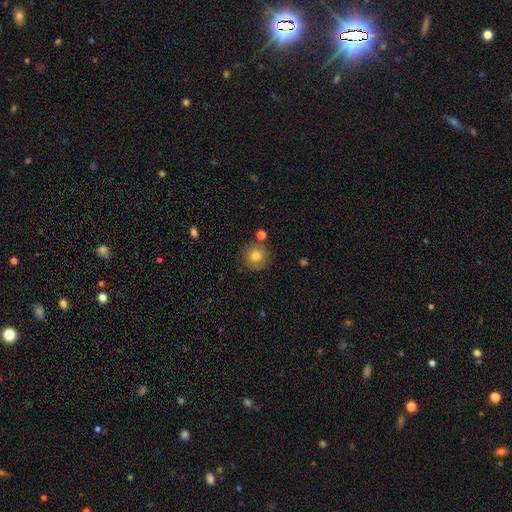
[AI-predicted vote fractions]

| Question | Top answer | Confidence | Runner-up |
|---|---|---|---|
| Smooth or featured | smooth | 80% | star or artifact (11%) |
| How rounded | round | 93% | in between (6%) |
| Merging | none | 82% | minor disturbance (9%) |